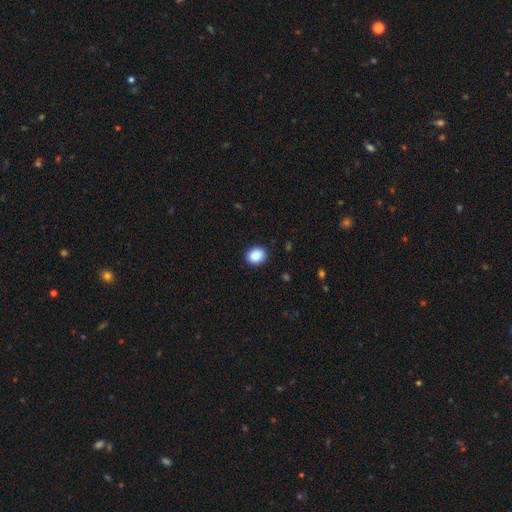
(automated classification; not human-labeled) This appears to be a smooth galaxy with no disk features (88%) that is round (57%). Merging: none (90%).